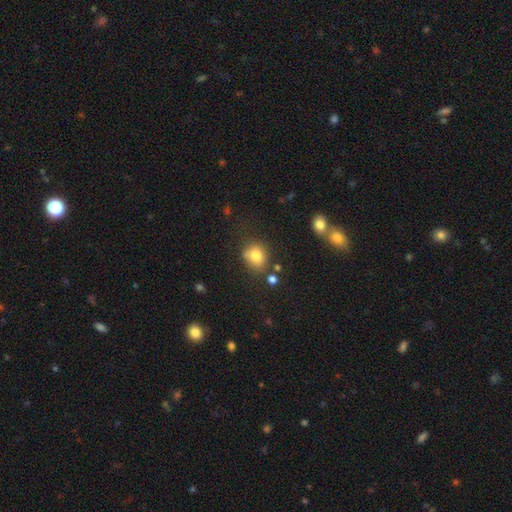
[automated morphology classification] Smooth or featured: smooth — 78% (star or artifact — 11%)
How rounded: round — 68% (in between — 31%)
Merging: none — 62% (minor disturbance — 20%)